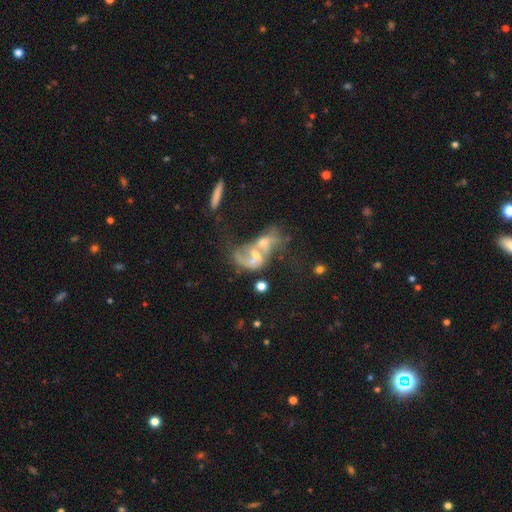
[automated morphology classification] A featured or disk galaxy (65%) with no bar (68%), spiral arms (60%) and a moderate central bulge (45%). Merging: merger (67%).